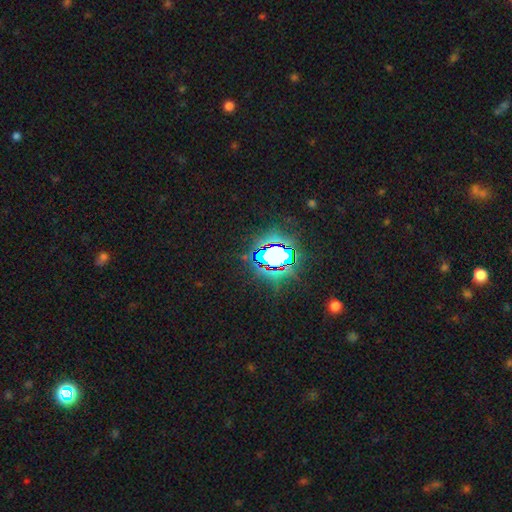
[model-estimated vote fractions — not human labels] This appears to be a star or artifact, not a galaxy (79%).